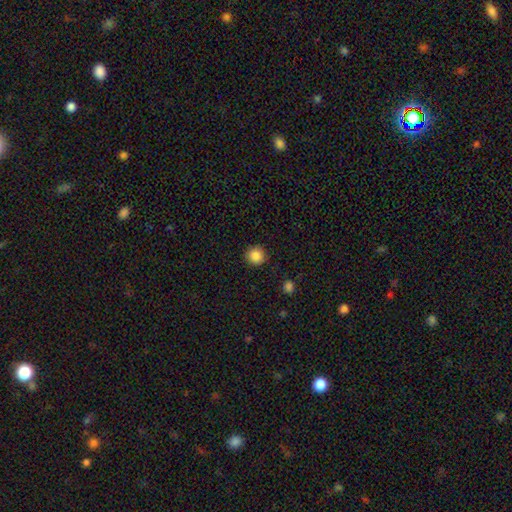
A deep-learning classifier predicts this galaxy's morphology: This appears to be a smooth galaxy with no disk features (87%) that is round (94%). Merging: none (91%).